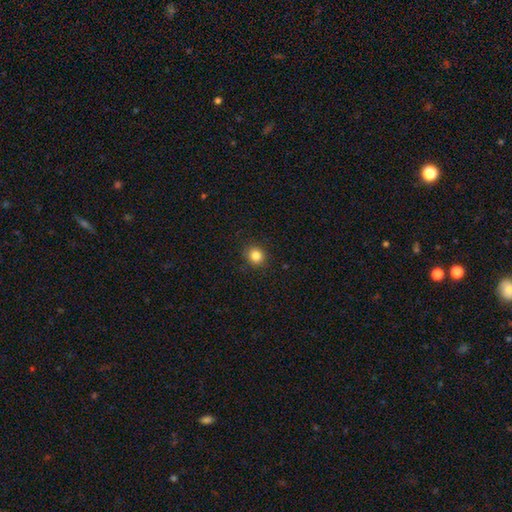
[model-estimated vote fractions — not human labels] This is clearly a smooth galaxy (84%). How rounded: clearly round (86%). Merging: clearly none (90%).